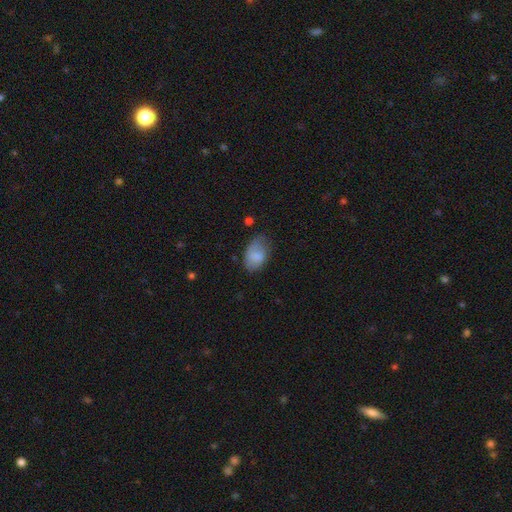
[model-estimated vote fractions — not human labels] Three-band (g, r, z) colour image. It shows a smooth galaxy with no disk features (78%) that is in between round and cigar-shaped (89%). Merging: none (47%).